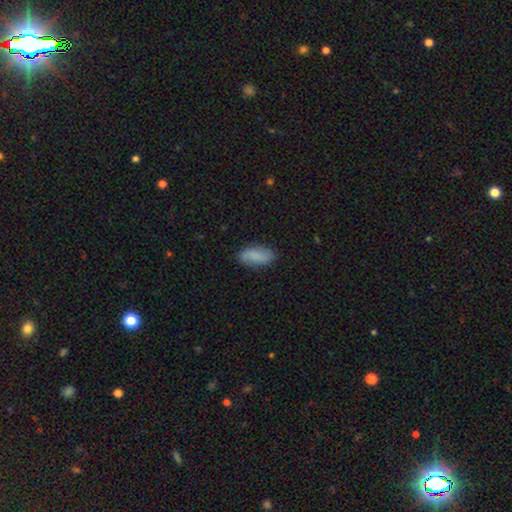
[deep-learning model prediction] The model was most divided on "merging": none: 83%, minor disturbance: 13%, major disturbance: 3%, merger: 1%. More confident: how rounded — in between (87%); smooth or featured — smooth (82%).